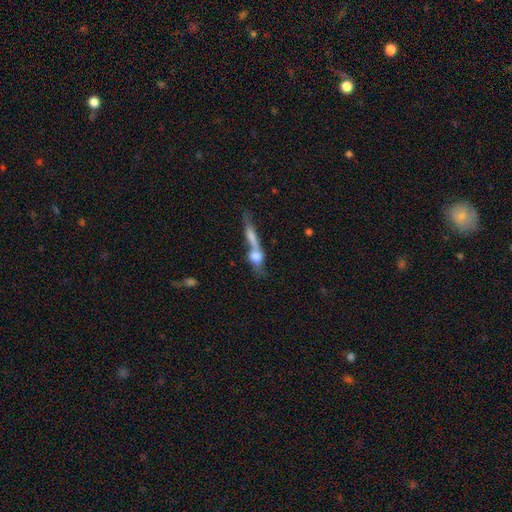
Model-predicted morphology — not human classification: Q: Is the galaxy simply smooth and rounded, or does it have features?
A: smooth — 57%.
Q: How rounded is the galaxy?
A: cigar-shaped — 42%.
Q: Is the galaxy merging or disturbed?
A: merger — 62%.